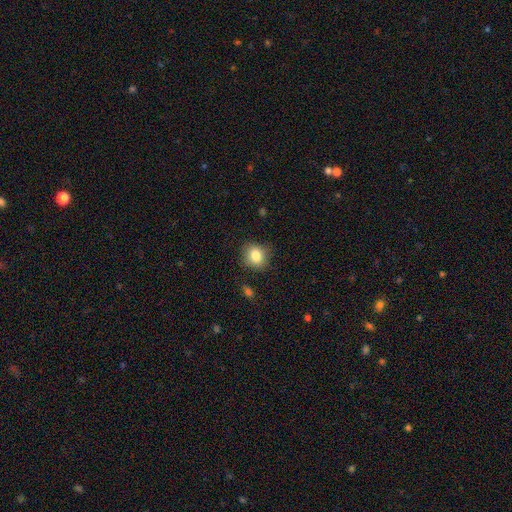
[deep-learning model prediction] Q: Smooth or featured?
A: smooth (83%); runner-up: star or artifact (10%)
Q: How rounded?
A: round (70%); runner-up: in between (29%)
Q: Merging?
A: none (81%); runner-up: minor disturbance (14%)